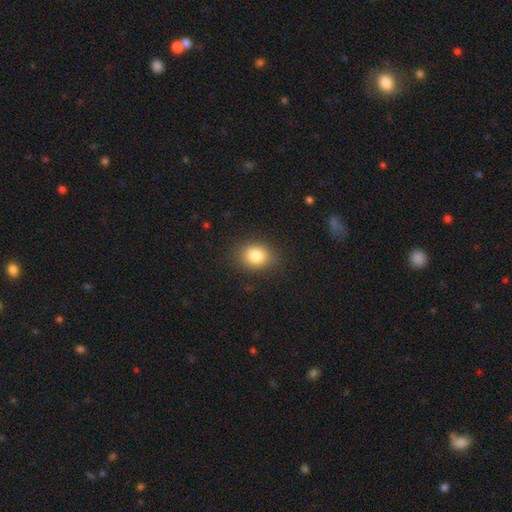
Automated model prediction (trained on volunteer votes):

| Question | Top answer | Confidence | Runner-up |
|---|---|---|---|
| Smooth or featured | smooth | 82% | star or artifact (10%) |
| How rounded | round | 50% | in between (49%) |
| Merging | none | 85% | minor disturbance (11%) |